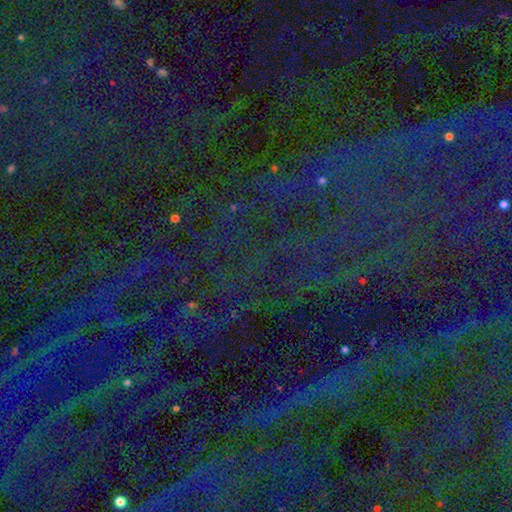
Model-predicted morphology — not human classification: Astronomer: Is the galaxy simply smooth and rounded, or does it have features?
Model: star or artifact — 85%.